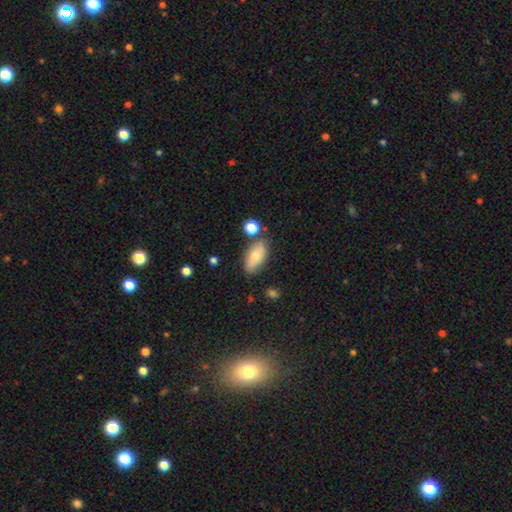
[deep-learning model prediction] smooth-or-featured: smooth: 69% | featured or disk: 23% | star or artifact: 8%
  how-rounded: in between: 89% | cigar-shaped: 6% | round: 5%
  merging: none: 70% | minor disturbance: 19% | merger: 7% | major disturbance: 4%